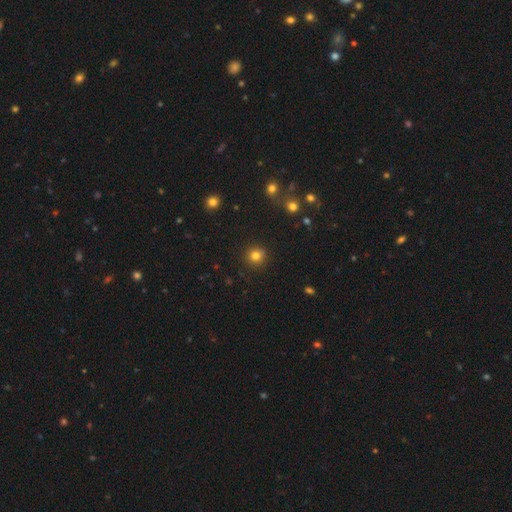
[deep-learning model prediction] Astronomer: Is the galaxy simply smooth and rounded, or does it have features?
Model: smooth — 81%.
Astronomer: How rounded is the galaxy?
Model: round — 91%.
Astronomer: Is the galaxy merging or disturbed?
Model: none — 89%.